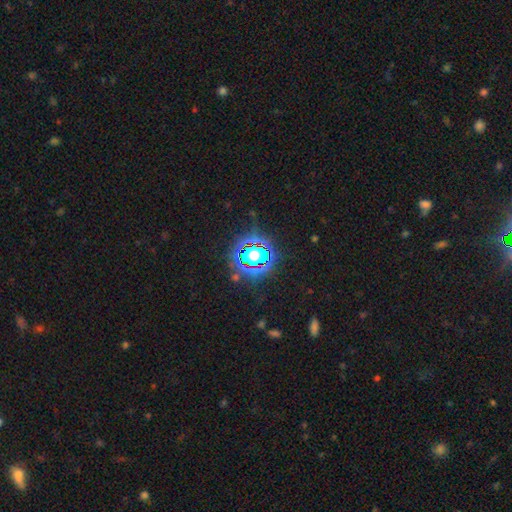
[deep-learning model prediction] This appears to be a star or artifact, not a galaxy (79%).